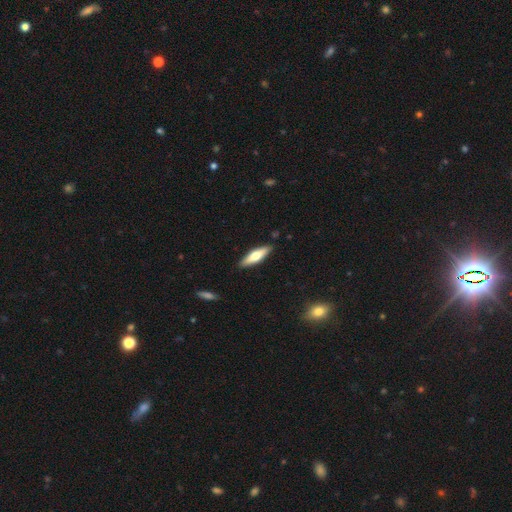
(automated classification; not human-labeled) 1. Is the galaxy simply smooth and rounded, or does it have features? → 57% smooth, 37% featured or disk, 5% star or artifact.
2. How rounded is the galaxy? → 61% cigar-shaped, 38% in between, 2% round.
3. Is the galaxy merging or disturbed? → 88% none, 9% minor disturbance, 2% major disturbance, 1% merger.